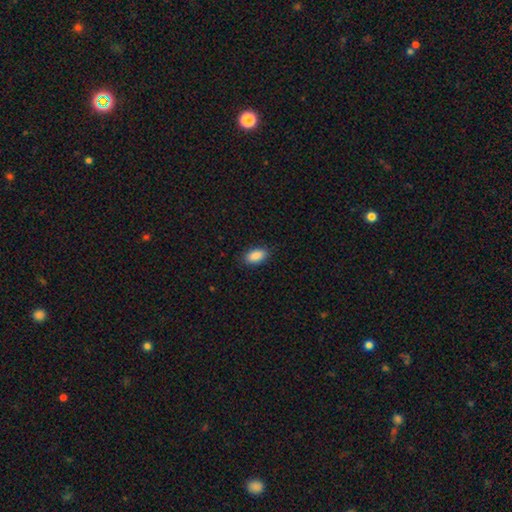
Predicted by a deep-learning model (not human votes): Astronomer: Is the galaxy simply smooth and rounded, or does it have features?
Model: smooth — 89%.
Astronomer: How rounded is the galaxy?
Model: in between — 92%.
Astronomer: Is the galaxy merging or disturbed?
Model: none — 87%.